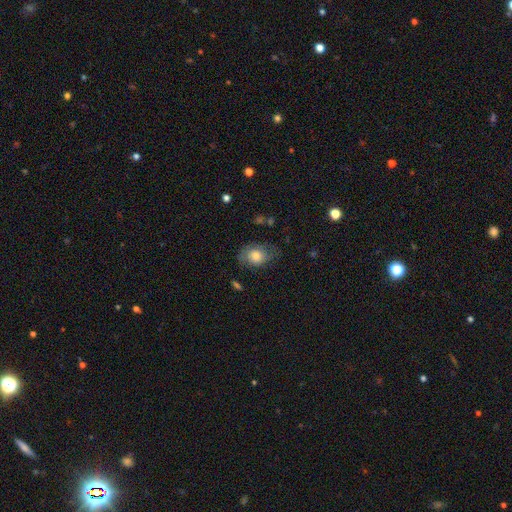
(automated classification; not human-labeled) Smooth or featured?
  - smooth: 64% *
  - featured or disk: 28%
  - star or artifact: 8%
How rounded?
  - in between: 65% *
  - round: 34%
  - cigar-shaped: 1%
Merging?
  - none: 57% *
  - minor disturbance: 27%
  - major disturbance: 14%
  - merger: 2%